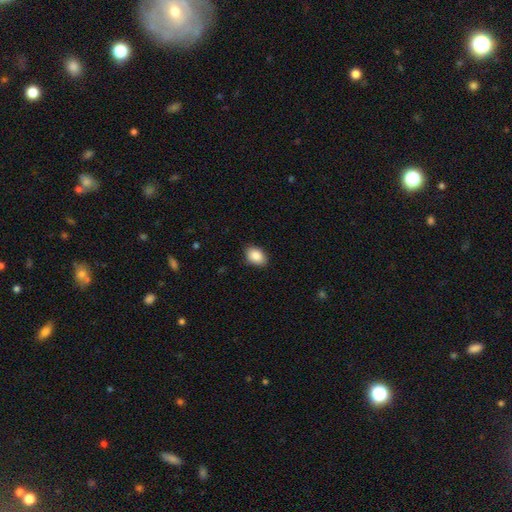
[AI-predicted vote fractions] Smooth or featured? Predicted: smooth (p=0.88). How rounded? Predicted: in between (p=0.82). Merging? Predicted: none (p=0.86).